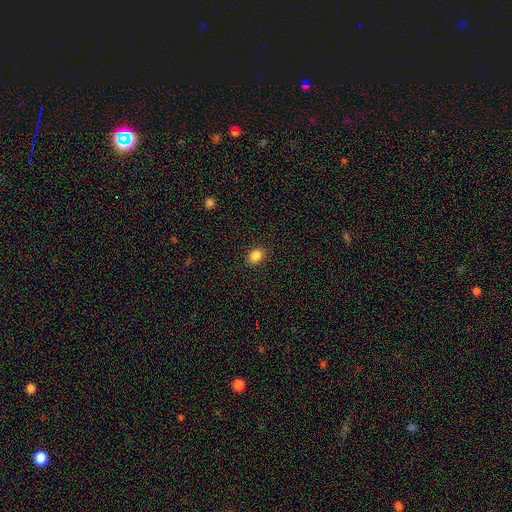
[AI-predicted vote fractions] Overall: smooth (86%). How rounded: in between (50%; round 49%). Merging: none (89%).